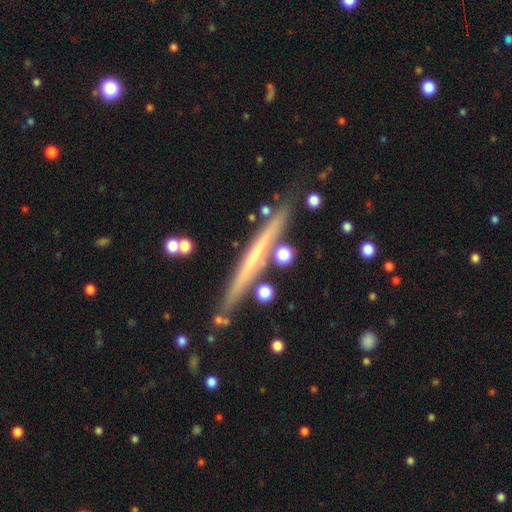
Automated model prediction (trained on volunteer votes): Q: Smooth or featured?
A: featured or disk (62%); runner-up: smooth (31%)
Q: Edge-on disk?
A: yes (96%); runner-up: no (4%)
Q: Edge-on bulge?
A: none (82%); runner-up: rounded (13%)
Q: Merging?
A: none (84%); runner-up: minor disturbance (10%)